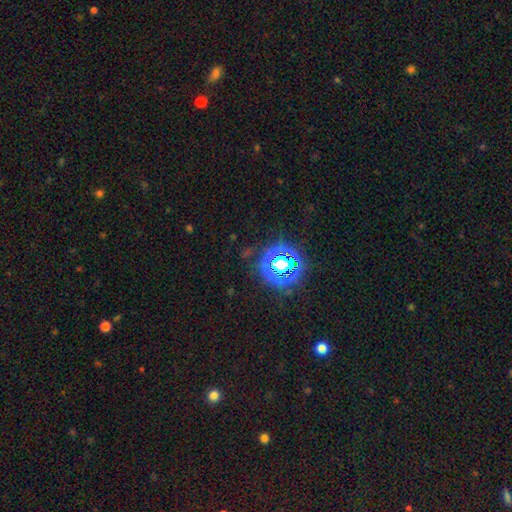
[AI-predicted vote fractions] Smooth or featured: star or artifact — 80% (smooth — 13%)